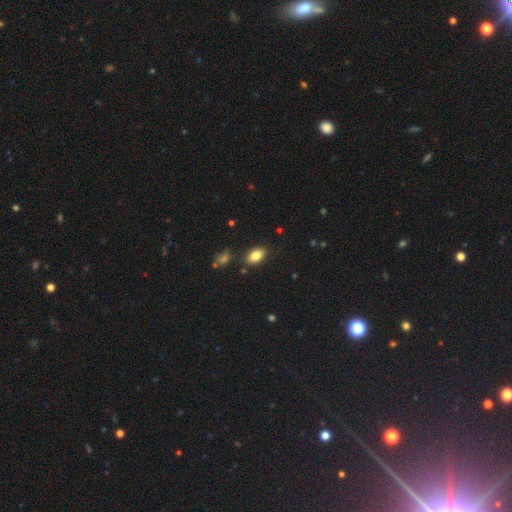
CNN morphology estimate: smooth-or-featured: smooth: 82% | featured or disk: 10% | star or artifact: 9%
  how-rounded: in between: 90% | round: 7% | cigar-shaped: 3%
  merging: none: 83% | minor disturbance: 11% | merger: 3% | major disturbance: 3%